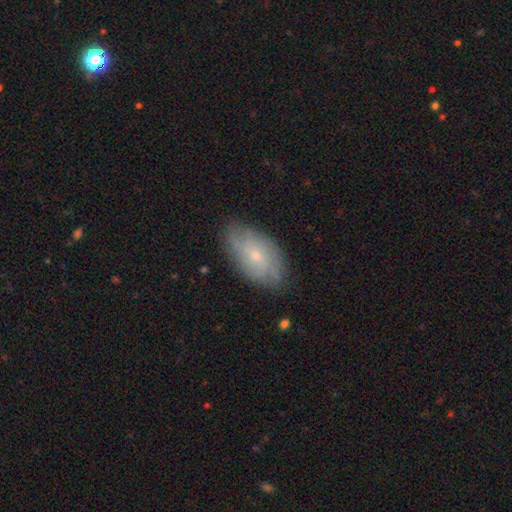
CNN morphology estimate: smooth-or-featured: featured or disk: 50% | smooth: 42% | star or artifact: 7%
  disk-edge-on: no: 92% | yes: 8%
  merging: none: 77% | minor disturbance: 18% | major disturbance: 4% | merger: 1%